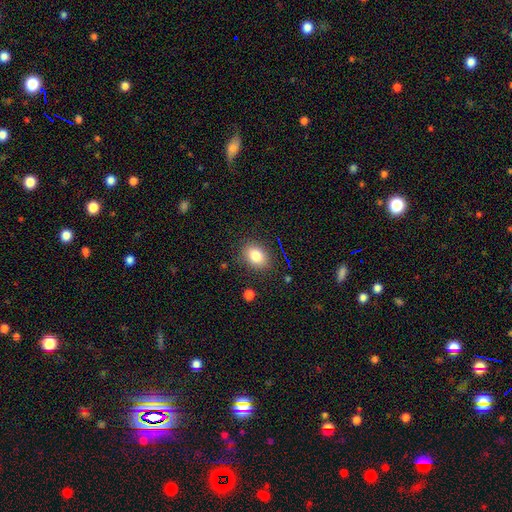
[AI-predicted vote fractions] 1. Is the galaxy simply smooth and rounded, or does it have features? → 82% smooth, 10% star or artifact, 8% featured or disk.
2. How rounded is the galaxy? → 71% in between, 28% round, 1% cigar-shaped.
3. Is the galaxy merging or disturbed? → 85% none, 11% minor disturbance, 3% major disturbance, 2% merger.